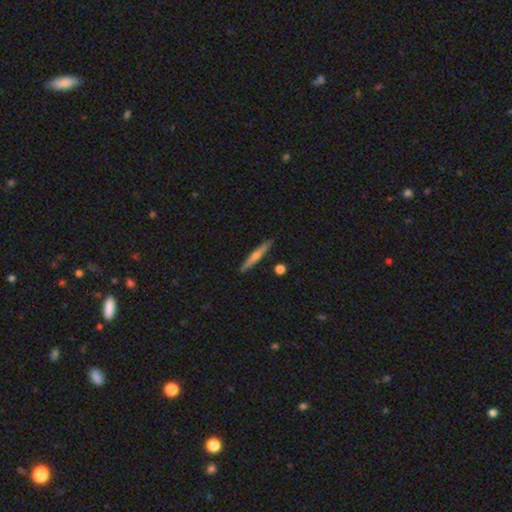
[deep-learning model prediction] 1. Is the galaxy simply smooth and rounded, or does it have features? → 50% featured or disk, 44% smooth, 6% star or artifact.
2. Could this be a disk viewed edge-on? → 97% yes, 3% no.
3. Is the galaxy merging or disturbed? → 89% none, 7% minor disturbance, 2% merger, 1% major disturbance.